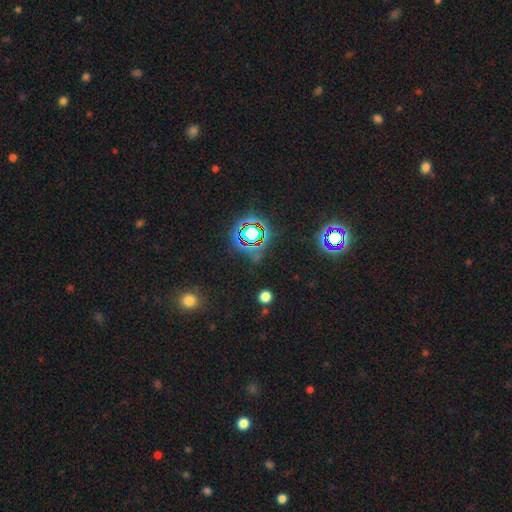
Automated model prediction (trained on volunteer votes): Smooth or featured? Predicted: star or artifact (p=0.74).